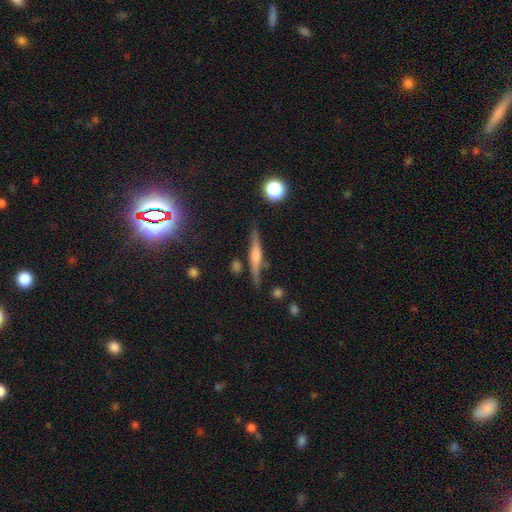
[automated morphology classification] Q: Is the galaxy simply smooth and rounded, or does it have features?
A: featured or disk — 64%.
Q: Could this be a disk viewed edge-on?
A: yes — 96%.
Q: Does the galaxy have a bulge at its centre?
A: rounded — 61%.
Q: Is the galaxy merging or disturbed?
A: none — 83%.